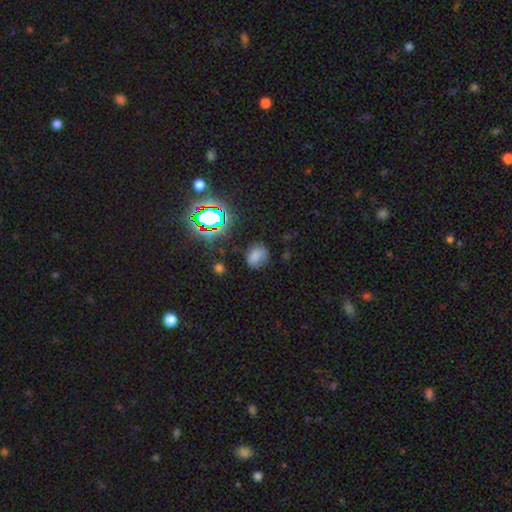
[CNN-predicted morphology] This appears to be a smooth galaxy with no disk features (68%) that is round (51%). Merging: none (68%).